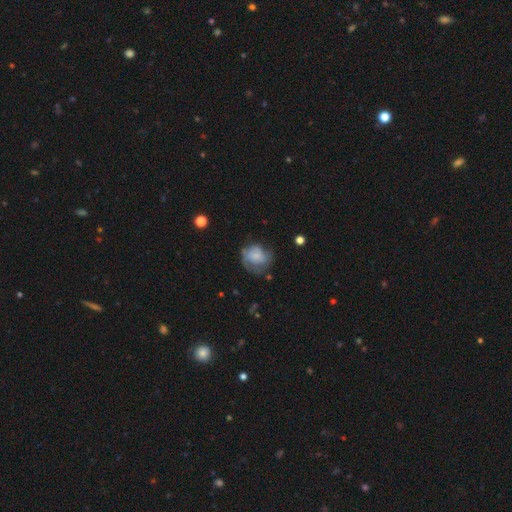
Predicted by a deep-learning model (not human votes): smooth_or_featured: smooth (p=0.52) [alt: featured or disk p=0.39]
how_rounded: round (p=0.62) [alt: in between p=0.37]
merging: none (p=0.46) [alt: minor disturbance p=0.29]